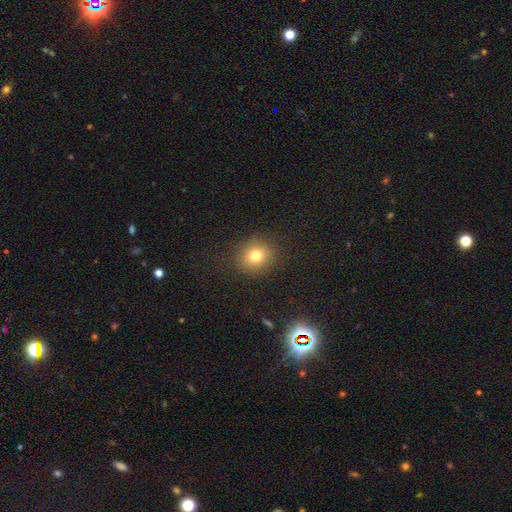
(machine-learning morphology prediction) Smooth or featured?
  - smooth: 76% *
  - star or artifact: 14%
  - featured or disk: 10%
How rounded?
  - round: 79% *
  - in between: 20%
  - cigar-shaped: 1%
Merging?
  - none: 87% *
  - minor disturbance: 8%
  - major disturbance: 4%
  - merger: 1%